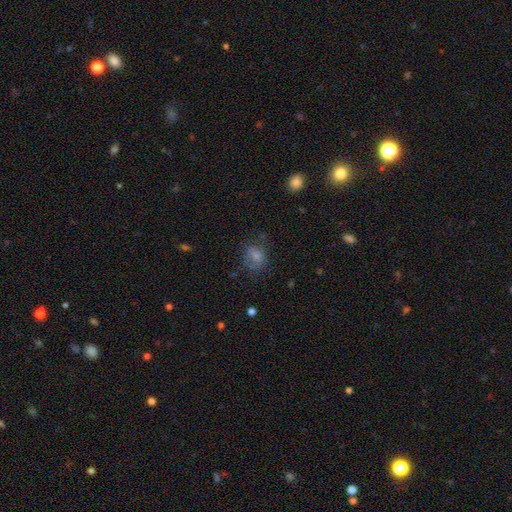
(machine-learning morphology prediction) type=smooth (71%); roundness=in between (52%); merging=none (57%).